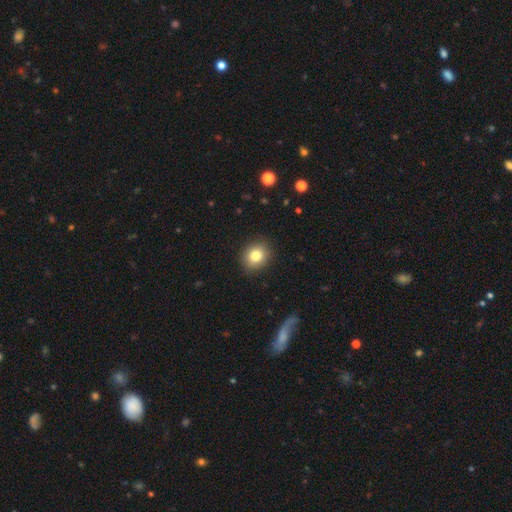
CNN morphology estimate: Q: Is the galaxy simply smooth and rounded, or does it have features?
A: smooth — 82%.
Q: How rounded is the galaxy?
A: round — 67%.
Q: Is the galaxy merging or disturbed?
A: none — 89%.